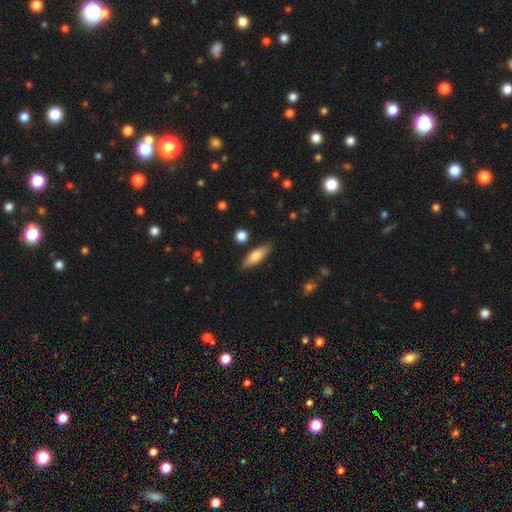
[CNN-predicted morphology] smooth_or_featured: smooth (p=0.72) [alt: featured or disk p=0.22]
how_rounded: in between (p=0.52) [alt: cigar-shaped p=0.45]
merging: none (p=0.85) [alt: minor disturbance p=0.10]